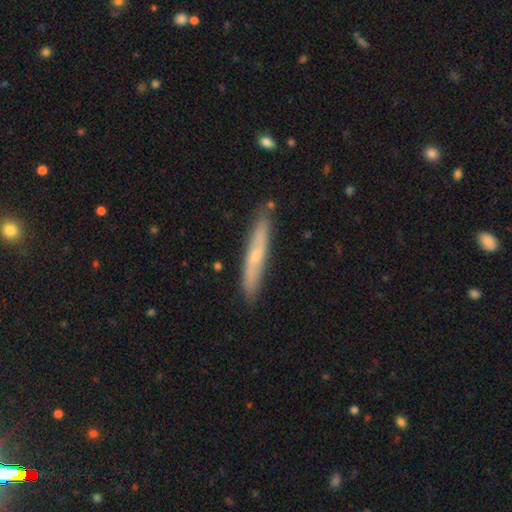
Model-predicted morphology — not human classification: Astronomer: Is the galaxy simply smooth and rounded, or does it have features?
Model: smooth — 48% (runner-up: featured or disk, 46%).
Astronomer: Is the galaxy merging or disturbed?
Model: none — 84%.